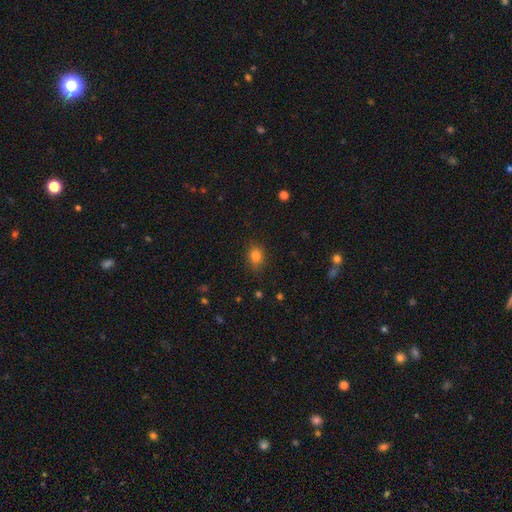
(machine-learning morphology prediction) type=smooth (81%); roundness=round (51%); merging=none (81%).